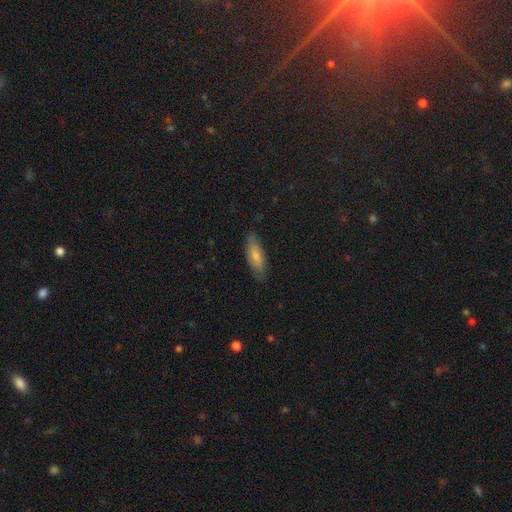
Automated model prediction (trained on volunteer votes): Morphology: type=smooth (71%); roundness=in between (67%); merging=none (79%).